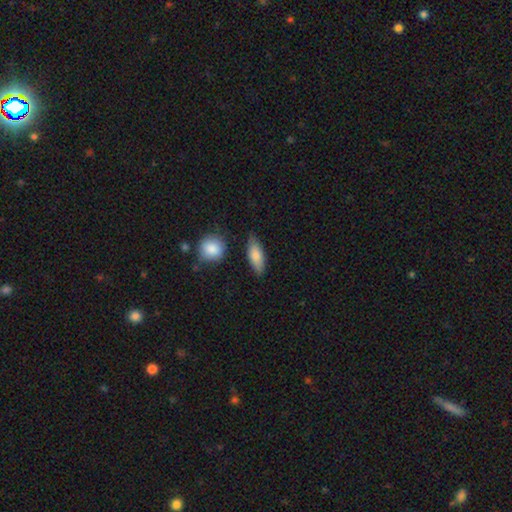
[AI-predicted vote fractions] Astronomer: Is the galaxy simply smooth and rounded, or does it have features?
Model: smooth — 81%.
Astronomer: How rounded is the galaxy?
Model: in between — 72%.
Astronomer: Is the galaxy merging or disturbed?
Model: none — 79%.